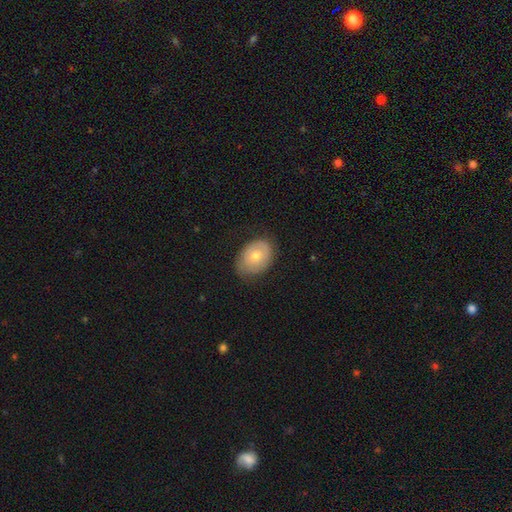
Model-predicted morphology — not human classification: This is likely a smooth galaxy (68%). How rounded: likely in between (72%). Merging: likely none (69%).